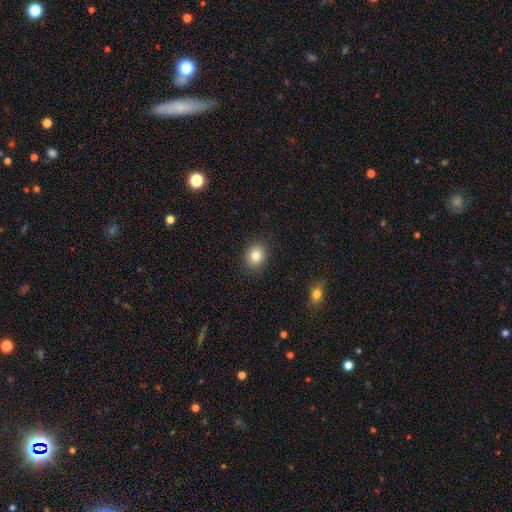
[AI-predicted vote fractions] Smooth or featured?
  - smooth: 83% *
  - star or artifact: 10%
  - featured or disk: 7%
How rounded?
  - round: 62% *
  - in between: 37%
  - cigar-shaped: 1%
Merging?
  - none: 89% *
  - minor disturbance: 8%
  - major disturbance: 2%
  - merger: 1%